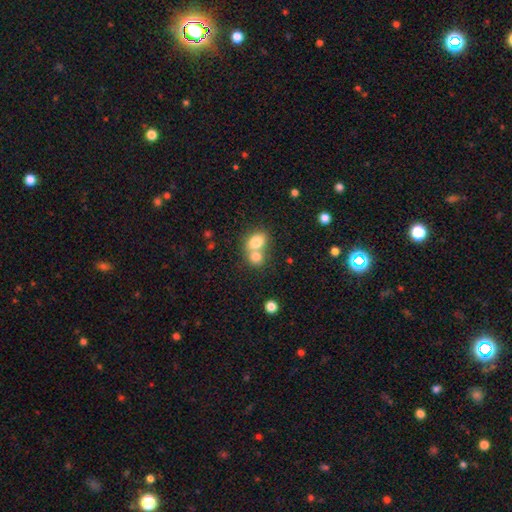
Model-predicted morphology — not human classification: smooth 67%, star or artifact 18%, featured or disk 15%. Down the decision tree: how rounded — round (64%); merging — merger (55%).